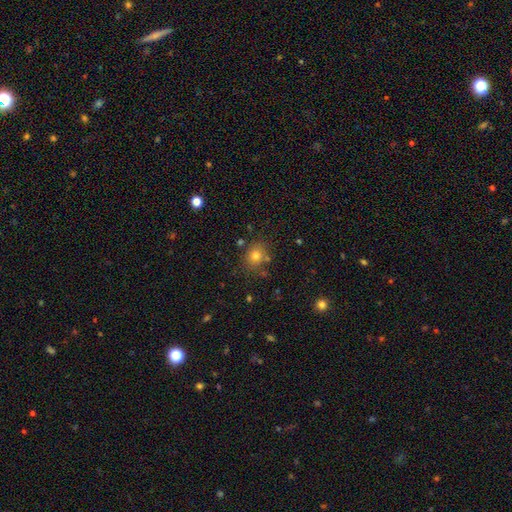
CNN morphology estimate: Smooth or featured? smooth (75%)
How rounded? round (72%)
Merging? none (77%)